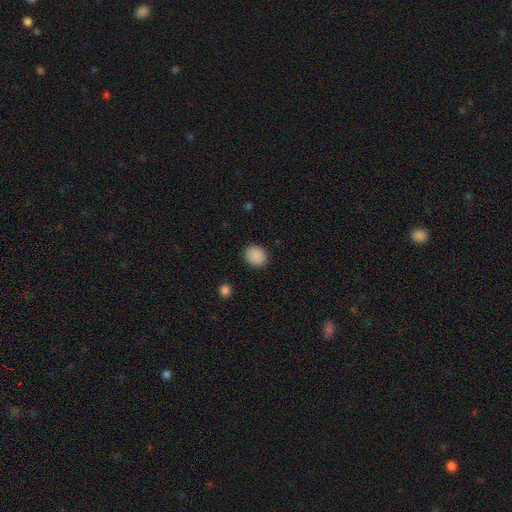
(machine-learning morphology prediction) This appears to be a smooth galaxy with no disk features (89%) that is round (67%). Merging: none (89%).